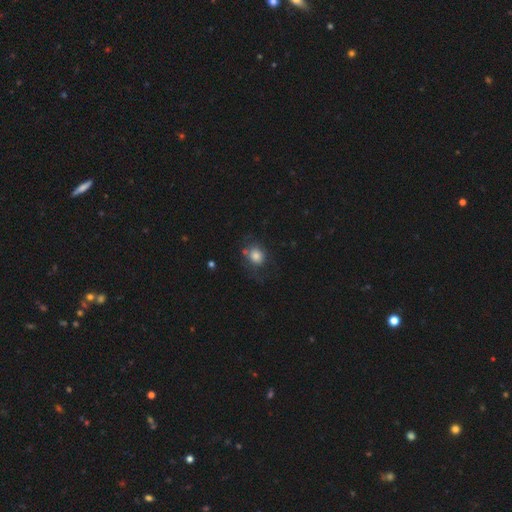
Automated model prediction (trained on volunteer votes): Morphology: type=smooth (75%); roundness=round (63%); merging=none (54%).